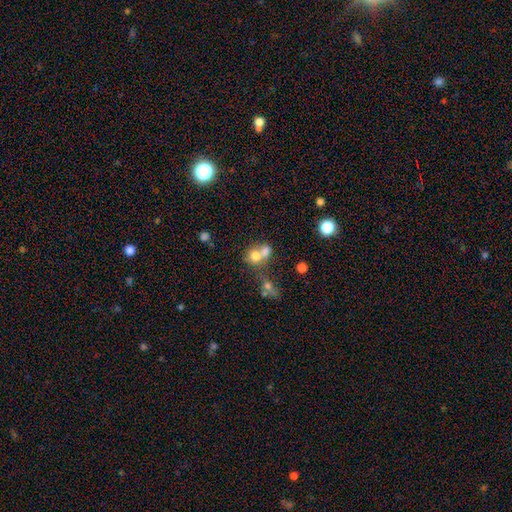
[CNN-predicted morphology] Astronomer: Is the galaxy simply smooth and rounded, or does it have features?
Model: smooth — 72%.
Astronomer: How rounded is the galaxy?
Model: round — 70%.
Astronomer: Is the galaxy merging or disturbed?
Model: merger — 62%.